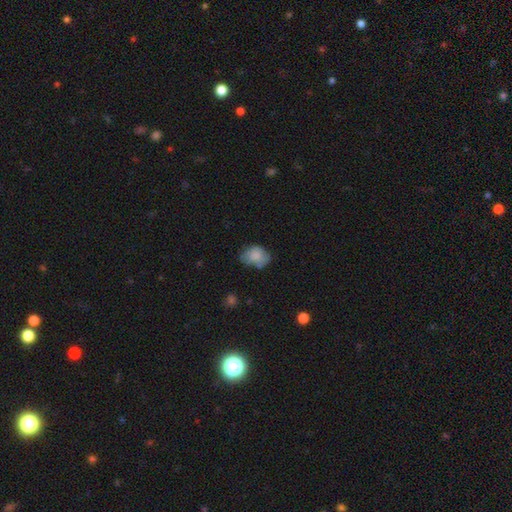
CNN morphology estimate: Smooth or featured? Predicted: smooth (p=0.75). How rounded? Predicted: in between (p=0.68). Merging? Predicted: none (p=0.52).